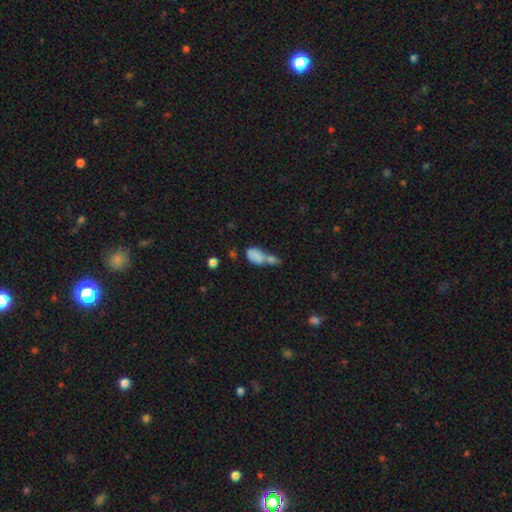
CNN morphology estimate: Smooth or featured?
  - smooth: 77% *
  - featured or disk: 14%
  - star or artifact: 9%
How rounded?
  - in between: 86% *
  - round: 9%
  - cigar-shaped: 5%
Merging?
  - merger: 69% *
  - none: 15%
  - minor disturbance: 8%
  - major disturbance: 7%